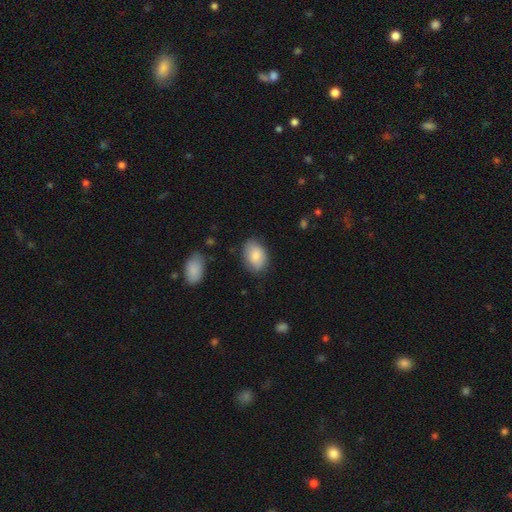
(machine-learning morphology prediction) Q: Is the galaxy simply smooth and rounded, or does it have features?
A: smooth — 82%.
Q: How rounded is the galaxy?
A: in between — 86%.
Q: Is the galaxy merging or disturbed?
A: none — 78%.